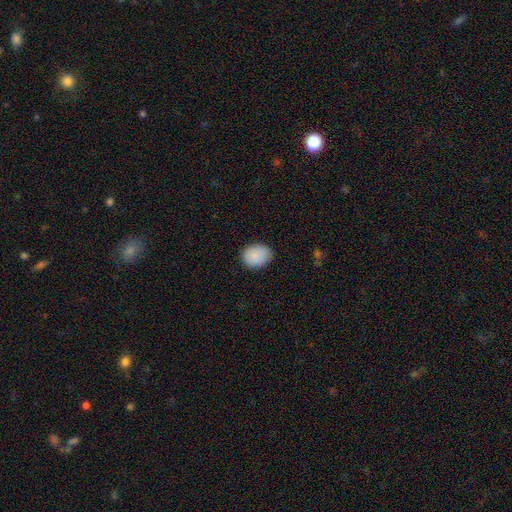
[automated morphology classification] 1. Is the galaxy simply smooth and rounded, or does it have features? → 89% smooth, 7% star or artifact, 4% featured or disk.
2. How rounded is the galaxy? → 55% in between, 44% round, 1% cigar-shaped.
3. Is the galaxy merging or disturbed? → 85% none, 12% minor disturbance, 2% major disturbance, 1% merger.